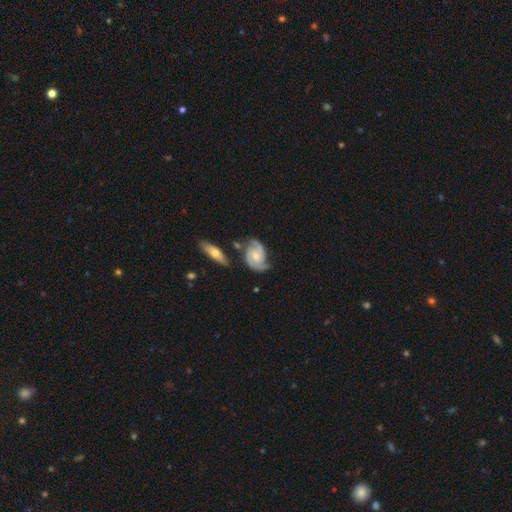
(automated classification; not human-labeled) Smooth or featured? featured or disk (87%)
Edge-on disk? no (97%)
Bar? no (67%)
Spiral arms? yes (97%)
Spiral winding? medium (47%)
Spiral arm count? 2 (85%)
Bulge size? moderate (48%)
Merging? none (63%)